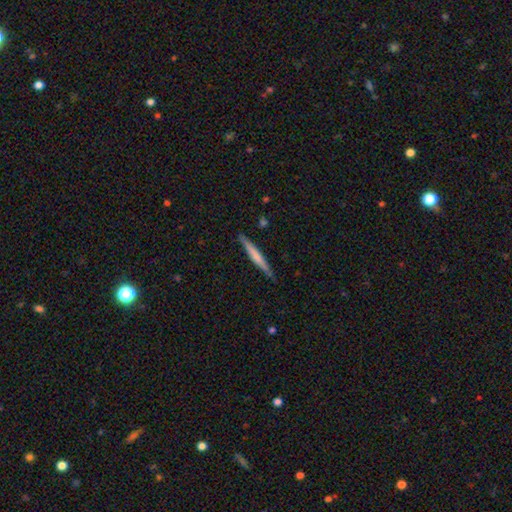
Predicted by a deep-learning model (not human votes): Morphology: type=smooth (51%); roundness=cigar-shaped (96%); merging=none (88%).